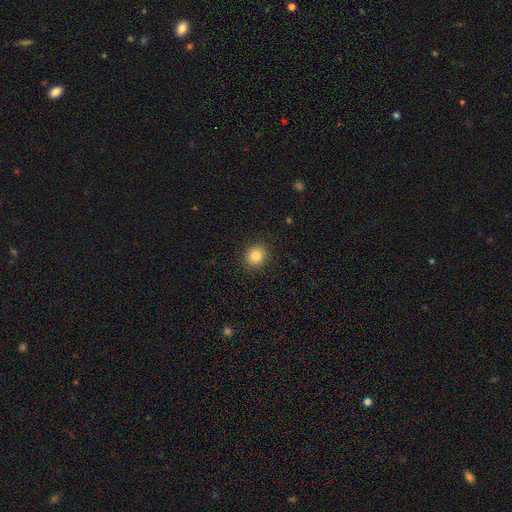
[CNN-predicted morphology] This appears to be a smooth galaxy with no disk features (83%) that is round (85%). Merging: none (91%).